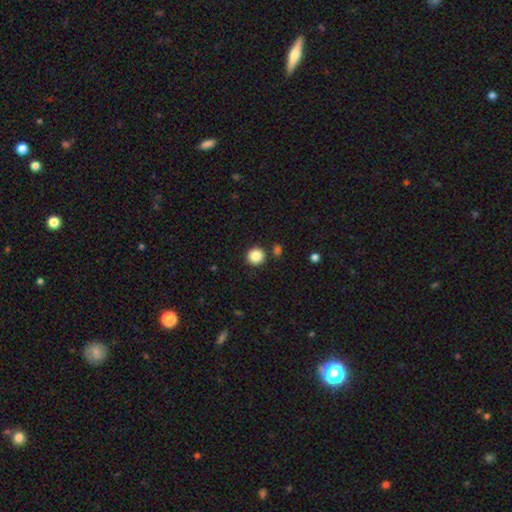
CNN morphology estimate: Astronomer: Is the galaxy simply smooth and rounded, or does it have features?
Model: smooth — 87%.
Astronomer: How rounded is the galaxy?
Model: round — 91%.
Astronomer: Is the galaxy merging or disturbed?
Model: none — 87%.